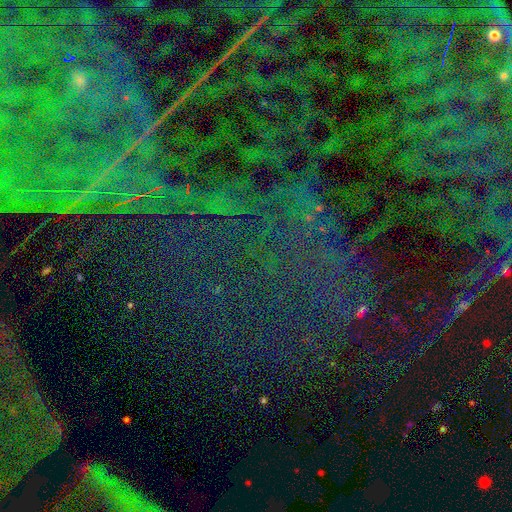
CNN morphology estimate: Smooth or featured? Predicted: star or artifact (p=0.82).